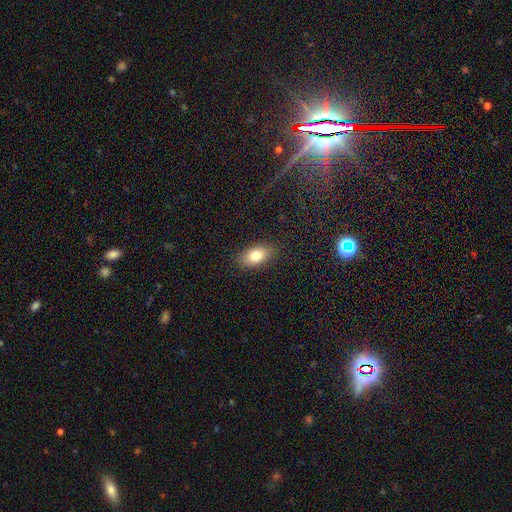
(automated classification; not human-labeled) Smooth or featured: smooth — 81% (featured or disk — 11%)
How rounded: in between — 91% (round — 6%)
Merging: none — 87% (minor disturbance — 10%)